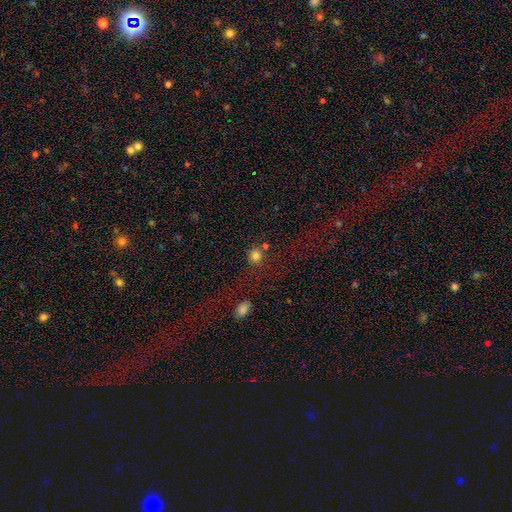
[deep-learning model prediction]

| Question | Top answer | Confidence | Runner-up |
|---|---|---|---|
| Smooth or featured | smooth | 80% | star or artifact (15%) |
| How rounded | round | 82% | in between (17%) |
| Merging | none | 69% | merger (14%) |